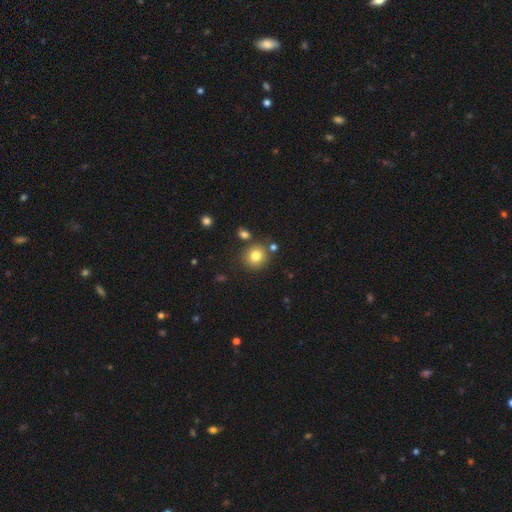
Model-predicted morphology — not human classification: This appears to be a smooth galaxy with no disk features (80%) that is round (88%). Merging: none (80%).